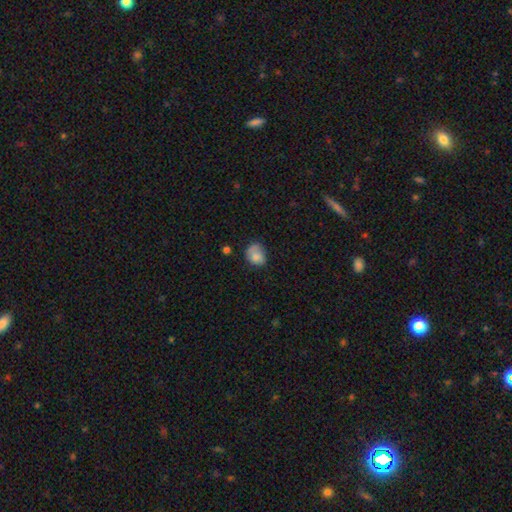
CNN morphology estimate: smooth 79%, featured or disk 13%, star or artifact 8%. Down the decision tree: how rounded — in between (50%); merging — none (50%).